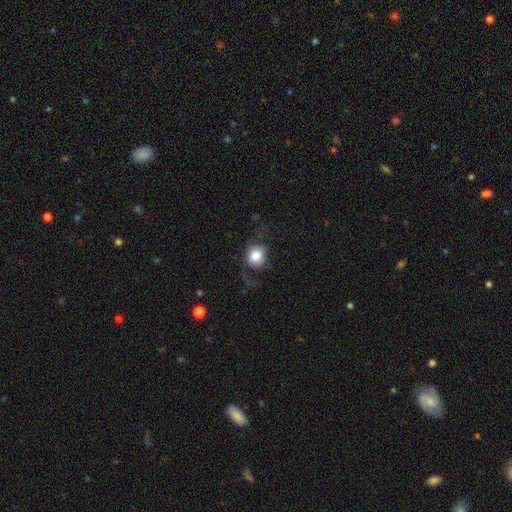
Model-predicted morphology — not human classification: smooth_or_featured: smooth (p=0.70) [alt: featured or disk p=0.22]
how_rounded: round (p=0.79) [alt: in between p=0.20]
merging: none (p=0.53) [alt: major disturbance p=0.27]